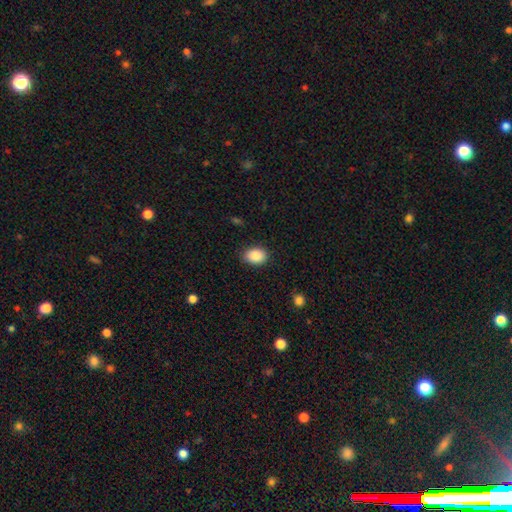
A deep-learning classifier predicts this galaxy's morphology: Smooth or featured? smooth (88%)
How rounded? in between (75%)
Merging? none (85%)